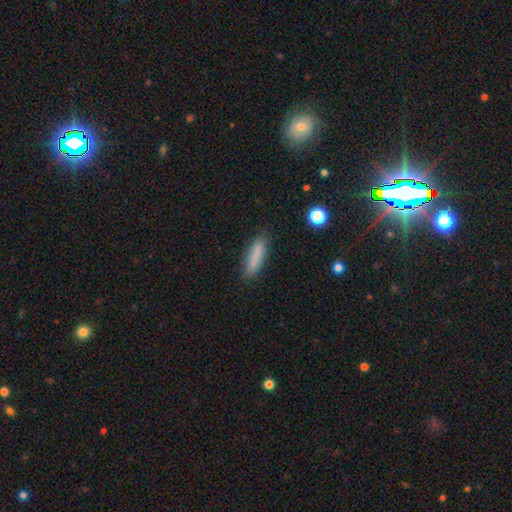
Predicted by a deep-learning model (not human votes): Smooth or featured?
  - smooth: 83% *
  - featured or disk: 9%
  - star or artifact: 8%
How rounded?
  - cigar-shaped: 74% *
  - in between: 25%
  - round: 2%
Merging?
  - none: 85% *
  - minor disturbance: 11%
  - major disturbance: 3%
  - merger: 2%